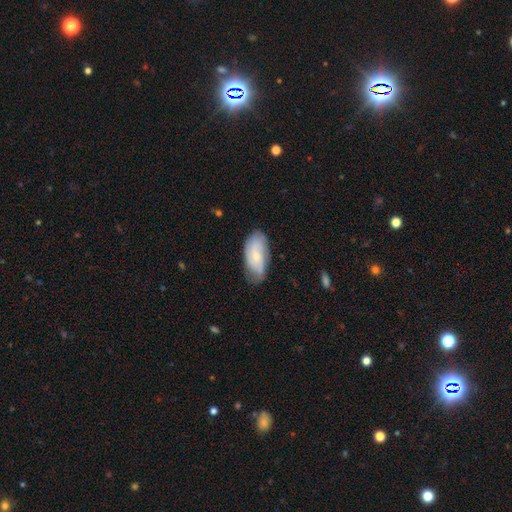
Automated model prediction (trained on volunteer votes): This appears to be a featured or disk galaxy (49%). Merging: none (65%).